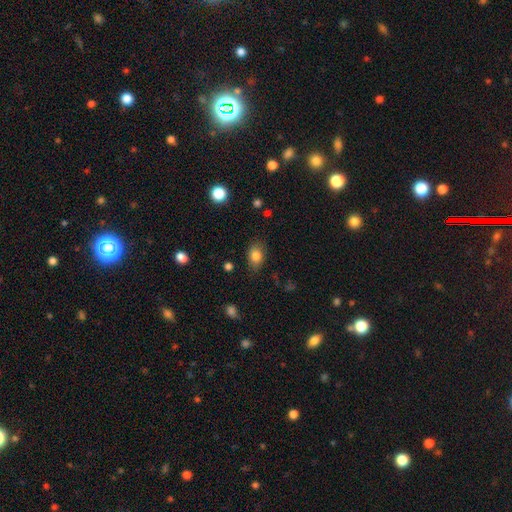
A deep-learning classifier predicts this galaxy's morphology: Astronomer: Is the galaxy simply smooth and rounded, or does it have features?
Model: smooth — 82%.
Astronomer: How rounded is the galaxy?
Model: in between — 75%.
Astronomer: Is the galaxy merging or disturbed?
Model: none — 81%.